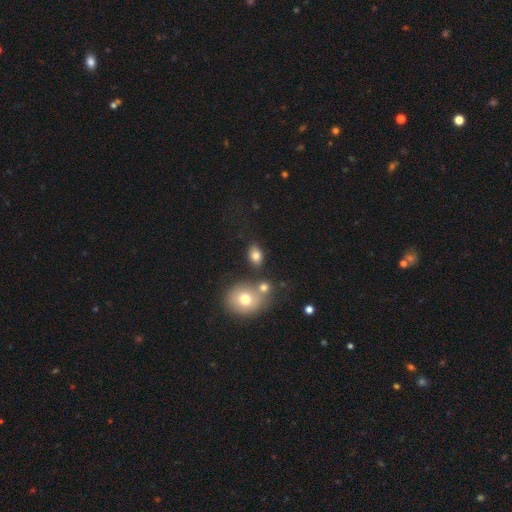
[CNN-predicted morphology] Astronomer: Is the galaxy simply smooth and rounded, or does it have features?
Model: smooth — 79%.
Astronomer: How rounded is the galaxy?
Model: in between — 74%.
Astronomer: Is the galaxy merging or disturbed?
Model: none — 73%.